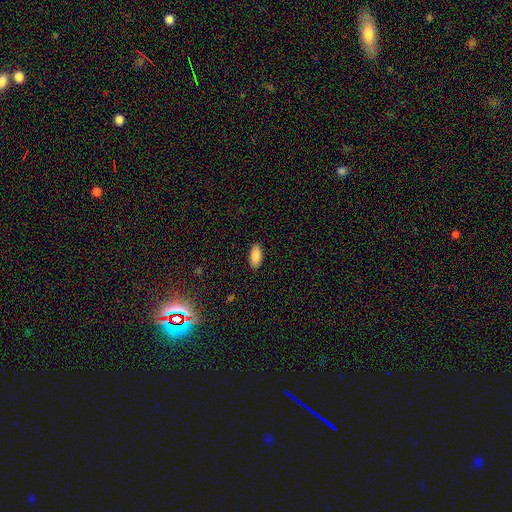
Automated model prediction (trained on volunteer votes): The model was most divided on "how rounded": in between: 89%, cigar-shaped: 9%, round: 2%. More confident: merging — none (89%); smooth or featured — smooth (88%).